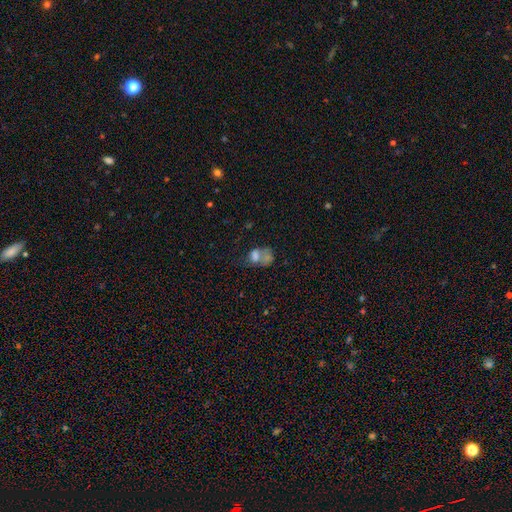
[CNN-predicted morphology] smooth_or_featured: smooth (p=0.60) [alt: featured or disk p=0.26]
how_rounded: in between (p=0.66) [alt: round p=0.33]
merging: merger (p=0.49) [alt: major disturbance p=0.20]